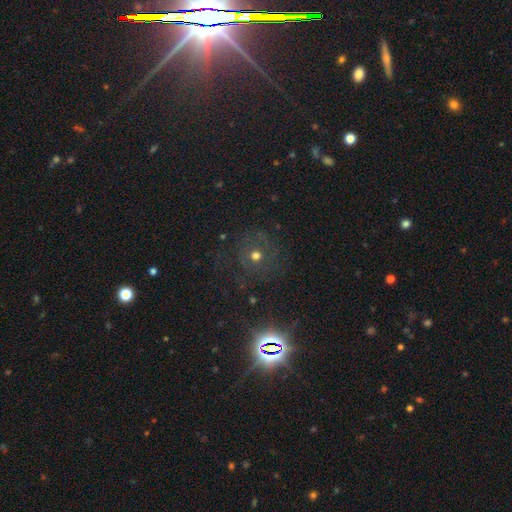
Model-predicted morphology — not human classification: The model was most divided on "smooth or featured": smooth: 45%, featured or disk: 33%, star or artifact: 22%. More confident: merging — none (74%).